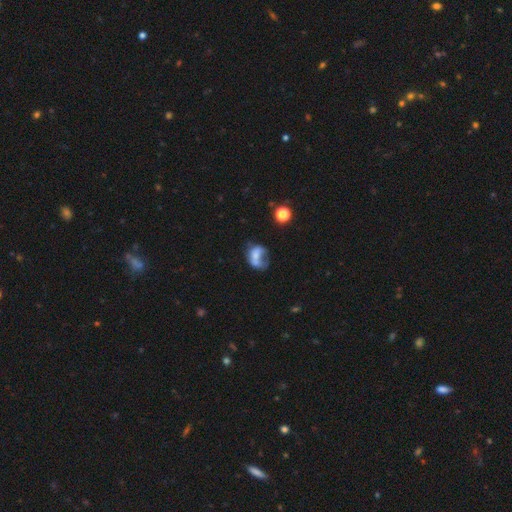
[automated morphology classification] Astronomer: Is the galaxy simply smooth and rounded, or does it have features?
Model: smooth — 52% (runner-up: featured or disk, 36%).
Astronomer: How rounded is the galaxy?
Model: in between — 70%.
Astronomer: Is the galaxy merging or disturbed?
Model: major disturbance — 42% (runner-up: none, 22%).